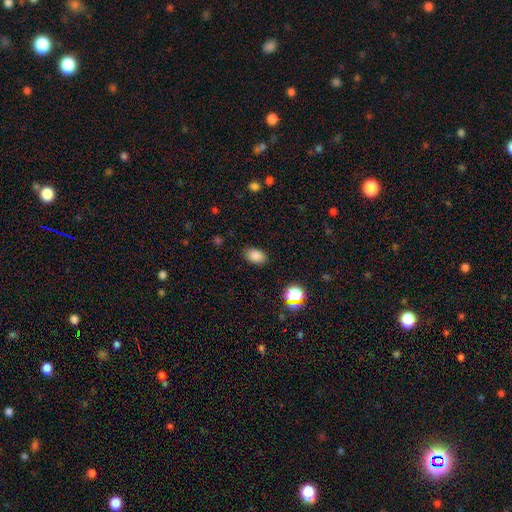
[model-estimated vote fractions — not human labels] smooth 84%, star or artifact 11%, featured or disk 5%. Down the decision tree: how rounded — in between (86%); merging — none (86%).